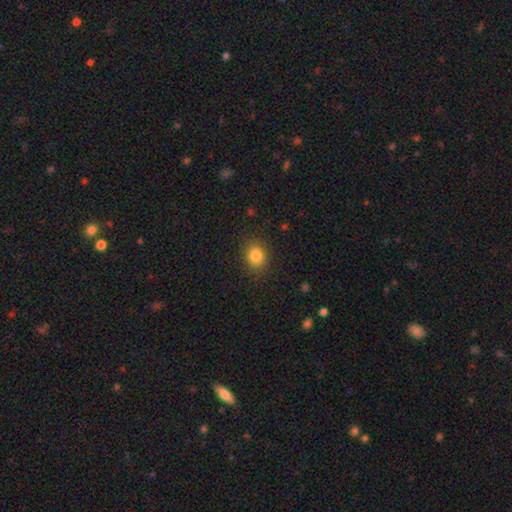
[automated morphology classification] Overall: smooth (83%). How rounded: round (64%; in between 35%). Merging: none (87%).